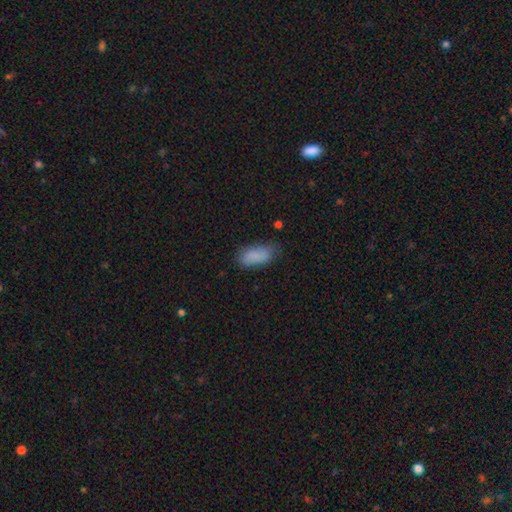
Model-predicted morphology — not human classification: smooth-or-featured: smooth: 87% | star or artifact: 8% | featured or disk: 6%
  how-rounded: in between: 87% | cigar-shaped: 11% | round: 2%
  merging: none: 69% | minor disturbance: 23% | major disturbance: 5% | merger: 2%